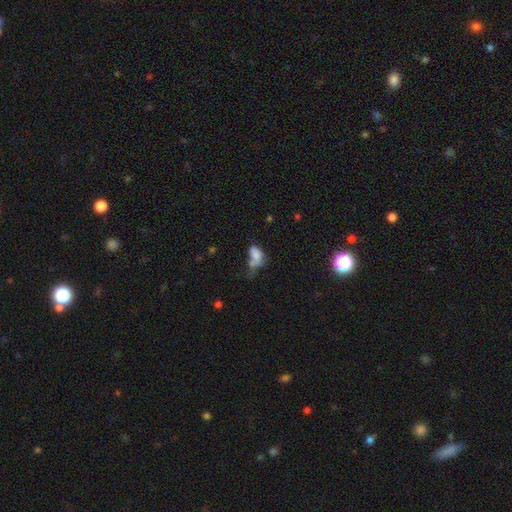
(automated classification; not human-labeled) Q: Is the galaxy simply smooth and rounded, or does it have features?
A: smooth — 71%.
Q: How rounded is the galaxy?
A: in between — 87%.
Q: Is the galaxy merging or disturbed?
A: merger — 38%.